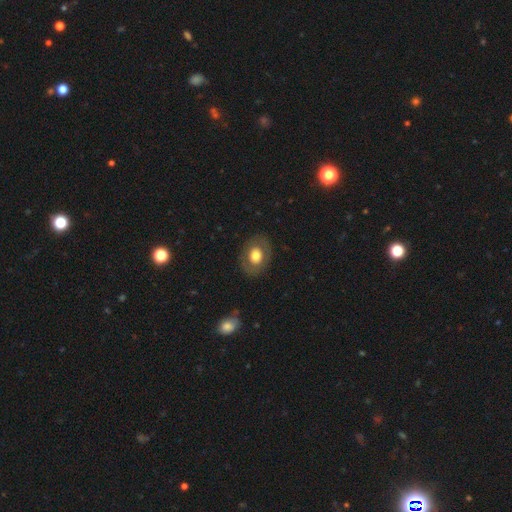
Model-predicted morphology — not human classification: Smooth or featured? smooth (65%)
How rounded? in between (62%)
Merging? none (85%)